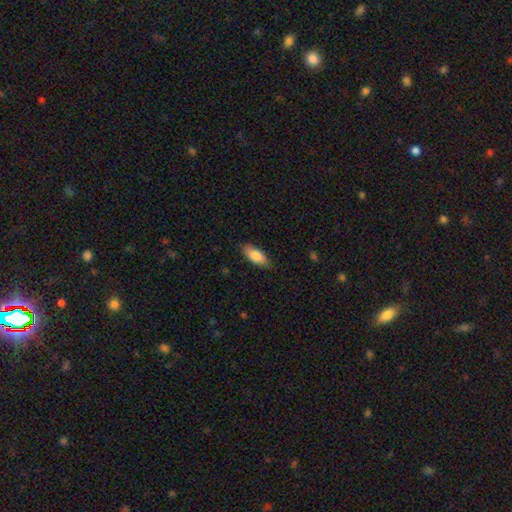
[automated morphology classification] A smooth galaxy with no disk features (83%) that is in between round and cigar-shaped (80%).

Vote fractions:
- Smooth or featured? smooth: 83% / featured or disk: 11% / star or artifact: 6%
- How rounded? in between: 80% / cigar-shaped: 18% / round: 2%
- Merging? none: 84% / minor disturbance: 13% / major disturbance: 3% / merger: 1%